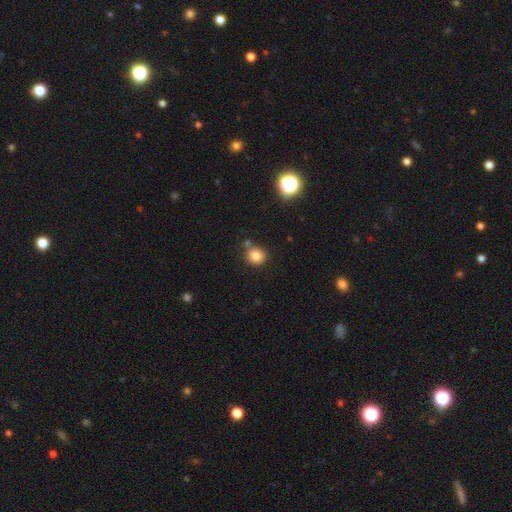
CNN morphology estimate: This is clearly a smooth galaxy (82%). How rounded: clearly round (85%). Merging: likely none (74%).